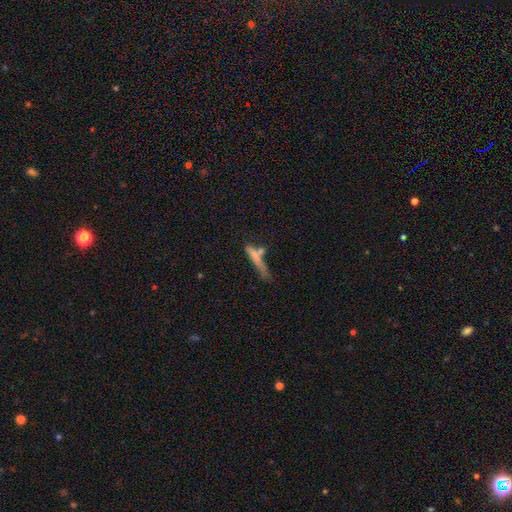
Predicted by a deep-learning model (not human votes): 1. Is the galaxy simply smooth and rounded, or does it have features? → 65% smooth, 25% featured or disk, 10% star or artifact.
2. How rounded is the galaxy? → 87% cigar-shaped, 10% in between, 3% round.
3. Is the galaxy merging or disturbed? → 43% none, 24% merger, 20% minor disturbance, 13% major disturbance.